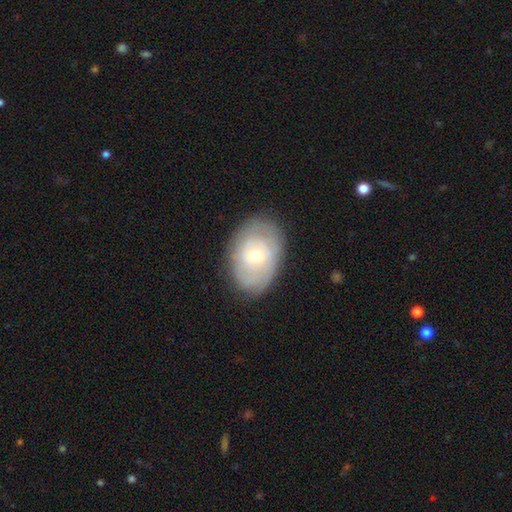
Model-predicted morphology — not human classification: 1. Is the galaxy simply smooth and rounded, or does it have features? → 52% featured or disk, 41% smooth, 7% star or artifact.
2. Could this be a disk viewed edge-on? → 94% no, 6% yes.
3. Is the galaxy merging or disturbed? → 78% none, 16% minor disturbance, 5% major disturbance, 1% merger.